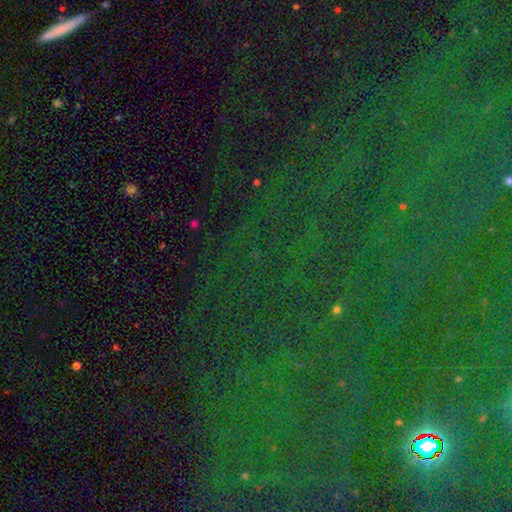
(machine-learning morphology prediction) A star or artifact, not a galaxy (83%).

Vote fractions:
- Smooth or featured? star or artifact: 83% / smooth: 9% / featured or disk: 8%